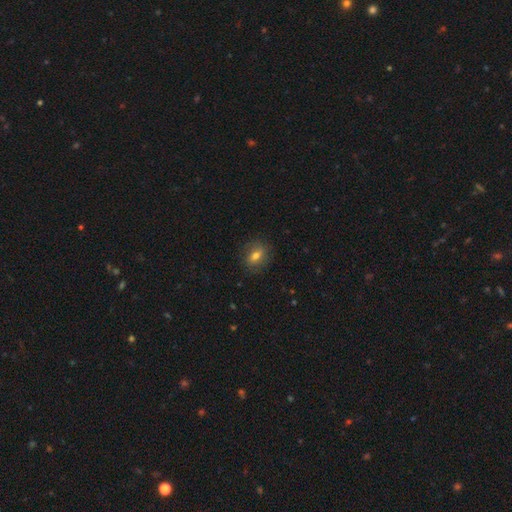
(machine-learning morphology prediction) smooth_or_featured: smooth (p=0.67) [alt: featured or disk p=0.22]
how_rounded: in between (p=0.57) [alt: round p=0.39]
merging: none (p=0.84) [alt: minor disturbance p=0.12]